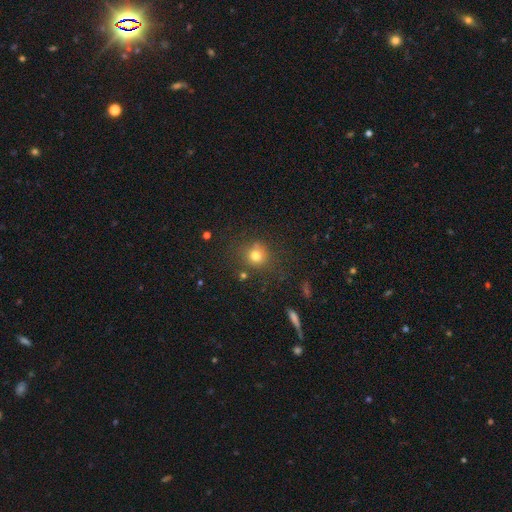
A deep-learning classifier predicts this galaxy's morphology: Smooth or featured: smooth — 75% (star or artifact — 17%)
How rounded: round — 89% (in between — 10%)
Merging: none — 77% (minor disturbance — 12%)